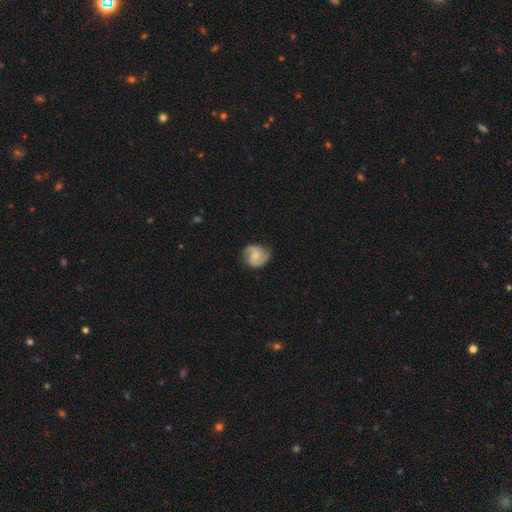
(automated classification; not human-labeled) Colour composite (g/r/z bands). It shows a featured or disk galaxy (68%) with no bar (56%), 2 (86%) medium (49%) spiral arms (94%) and a small central bulge (51%). Merging: none (75%).